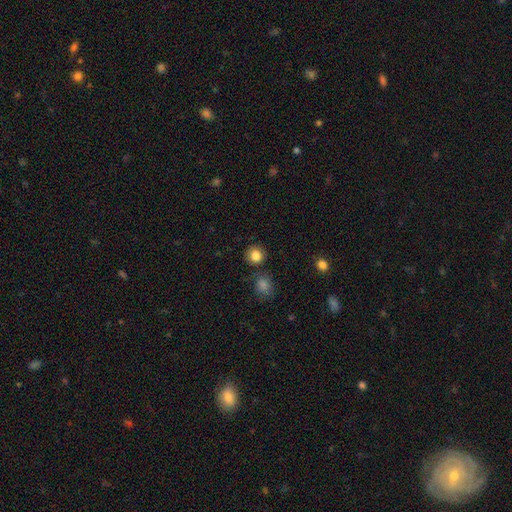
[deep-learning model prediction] smooth-or-featured: smooth: 85% | star or artifact: 10% | featured or disk: 5%
  how-rounded: round: 85% | in between: 14% | cigar-shaped: 1%
  merging: none: 81% | minor disturbance: 10% | merger: 6% | major disturbance: 3%